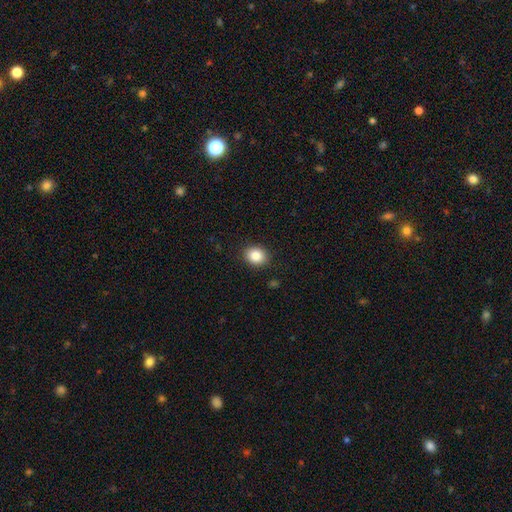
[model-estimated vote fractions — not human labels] Smooth or featured? Predicted: smooth (p=0.86). How rounded? Predicted: round (p=0.59). Merging? Predicted: none (p=0.89).